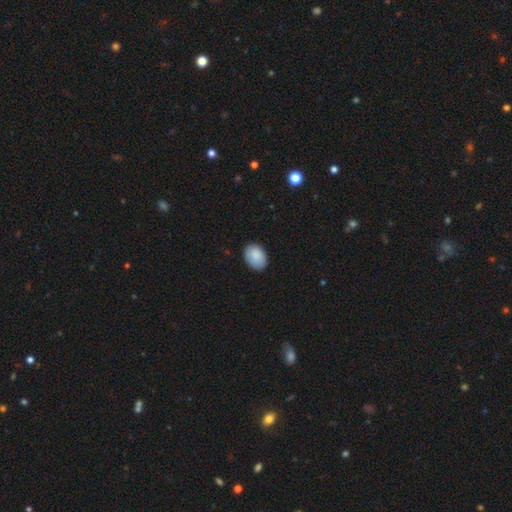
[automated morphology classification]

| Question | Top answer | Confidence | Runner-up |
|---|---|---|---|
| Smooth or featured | smooth | 89% | star or artifact (6%) |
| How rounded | in between | 80% | round (19%) |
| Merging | none | 83% | minor disturbance (14%) |